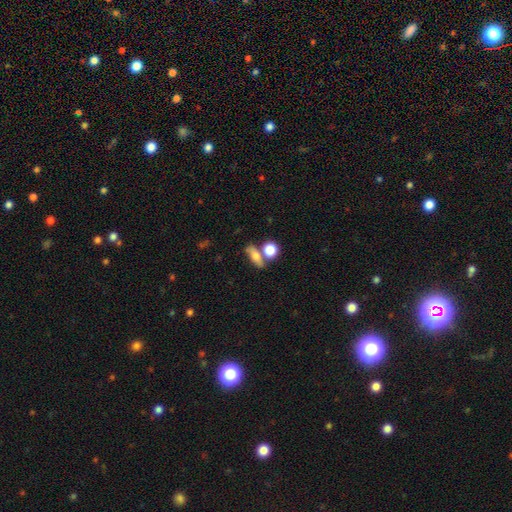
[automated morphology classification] A smooth galaxy with no disk features (69%) that is in between round and cigar-shaped (52%). Merging: none (52%).